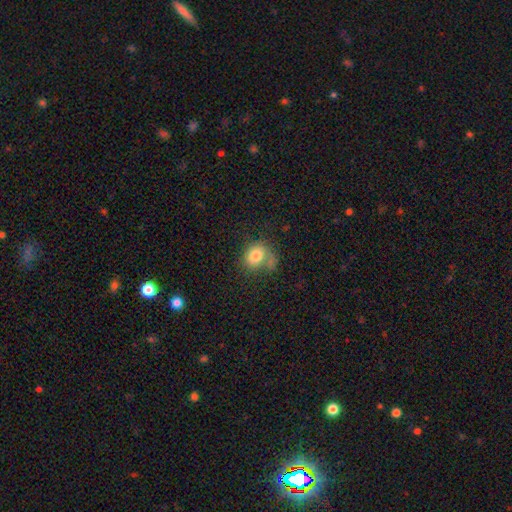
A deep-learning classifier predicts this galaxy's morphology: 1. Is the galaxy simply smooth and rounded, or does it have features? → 79% smooth, 11% featured or disk, 9% star or artifact.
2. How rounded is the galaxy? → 54% round, 45% in between, 1% cigar-shaped.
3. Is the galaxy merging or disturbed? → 50% none, 21% minor disturbance, 17% merger, 12% major disturbance.